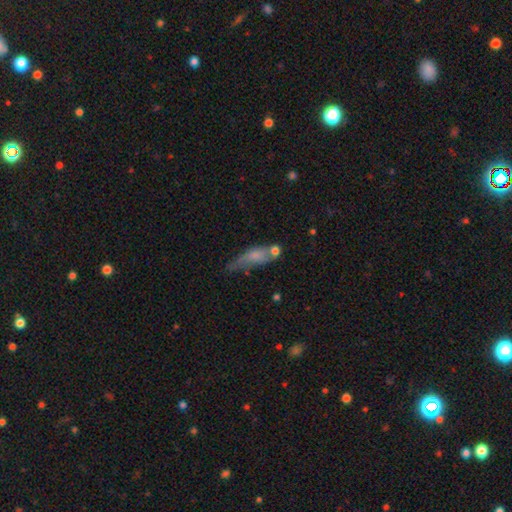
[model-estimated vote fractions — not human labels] smooth 58%, featured or disk 32%, star or artifact 10%. Down the decision tree: how rounded — in between (50%); merging — none (33%).